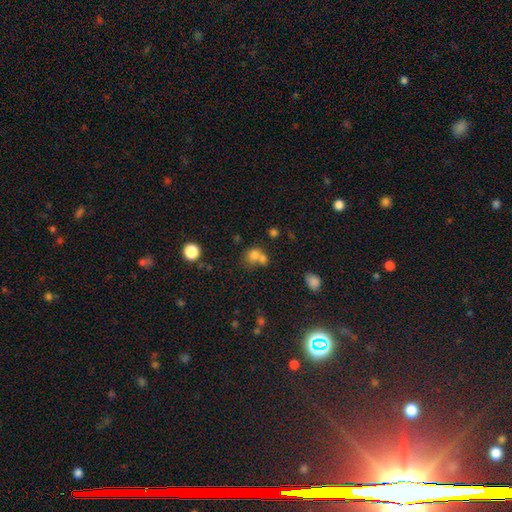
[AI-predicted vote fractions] A smooth galaxy with no disk features (73%) that is round (67%). Merging: merger (53%).